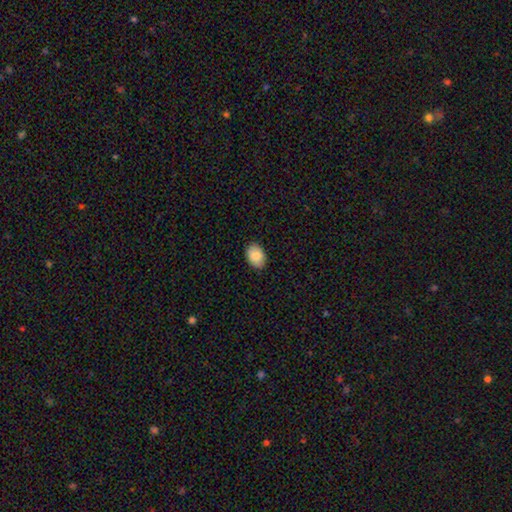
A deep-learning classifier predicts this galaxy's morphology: Overall: smooth (86%). How rounded: in between (81%). Merging: none (89%).